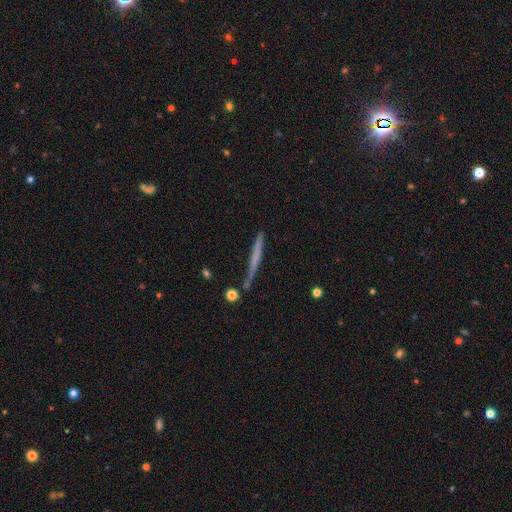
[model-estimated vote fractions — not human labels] Smooth or featured?
  - smooth: 50% *
  - featured or disk: 43%
  - star or artifact: 8%
Merging?
  - none: 74% *
  - minor disturbance: 16%
  - merger: 6%
  - major disturbance: 5%